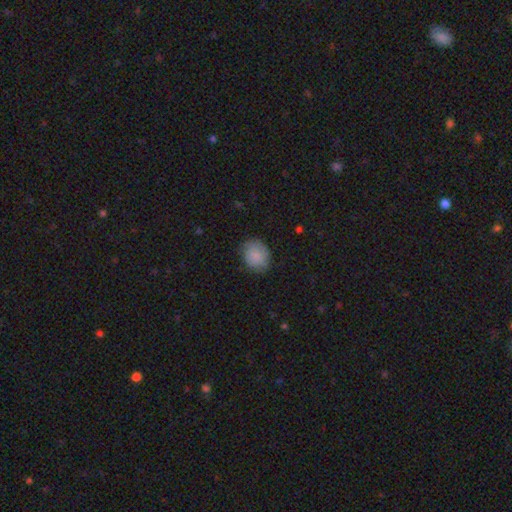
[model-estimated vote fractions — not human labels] Morphology: type=smooth (83%); roundness=round (59%); merging=none (77%).